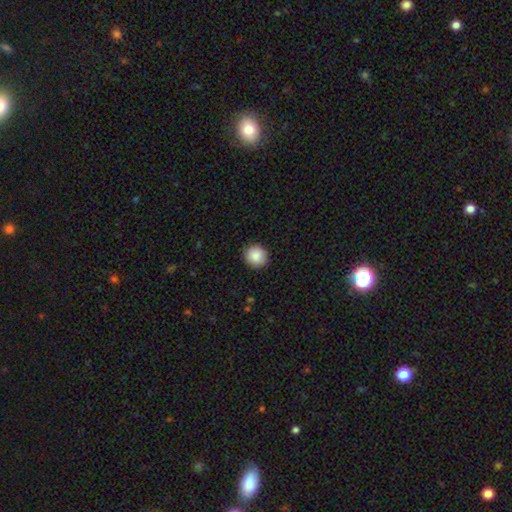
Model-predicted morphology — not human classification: Q: Smooth or featured?
A: smooth (89%); runner-up: star or artifact (8%)
Q: How rounded?
A: round (92%); runner-up: in between (7%)
Q: Merging?
A: none (92%); runner-up: minor disturbance (6%)